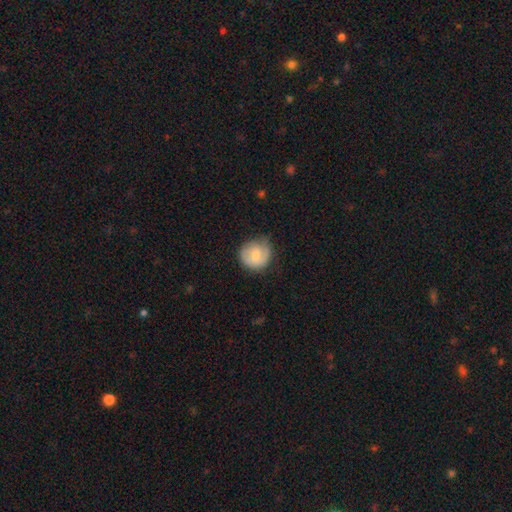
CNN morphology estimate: A smooth galaxy with no disk features (51%) that is round (84%). Merging: none (64%).